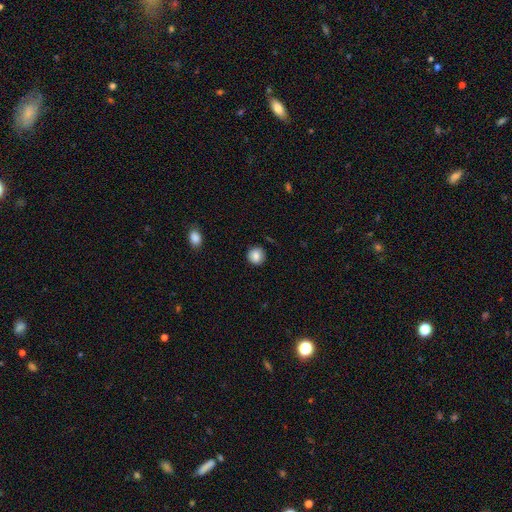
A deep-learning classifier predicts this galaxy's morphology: A smooth galaxy with no disk features (86%) that is round (91%).

Vote fractions:
- Smooth or featured? smooth: 86% / star or artifact: 9% / featured or disk: 5%
- How rounded? round: 91% / in between: 8% / cigar-shaped: 1%
- Merging? none: 88% / minor disturbance: 8% / major disturbance: 2% / merger: 1%